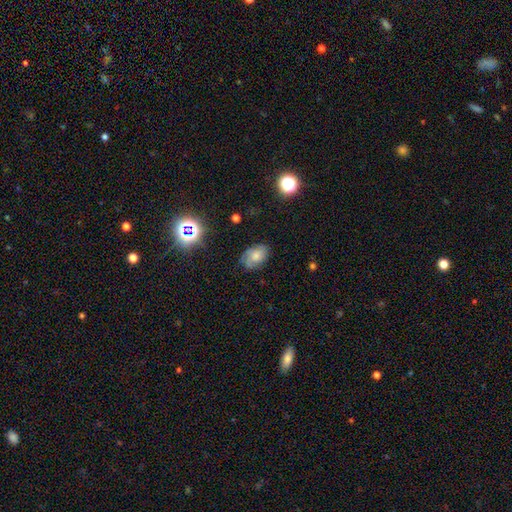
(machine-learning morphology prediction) This appears to be a smooth galaxy with no disk features (51%) that is in between round and cigar-shaped (82%). Merging: none (68%).